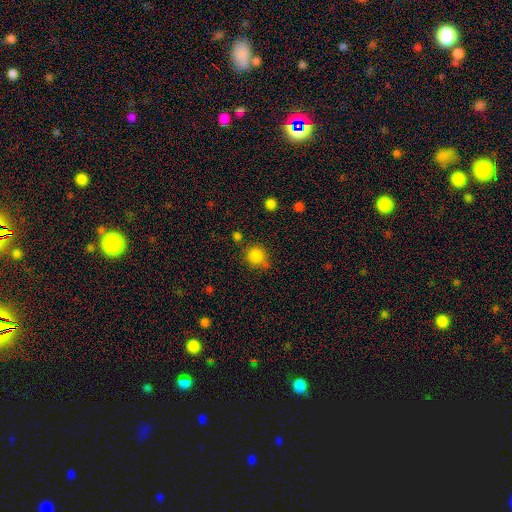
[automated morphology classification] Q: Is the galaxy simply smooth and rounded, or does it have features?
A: smooth — 84%.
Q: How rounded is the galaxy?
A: round — 91%.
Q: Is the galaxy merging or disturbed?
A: none — 69%.